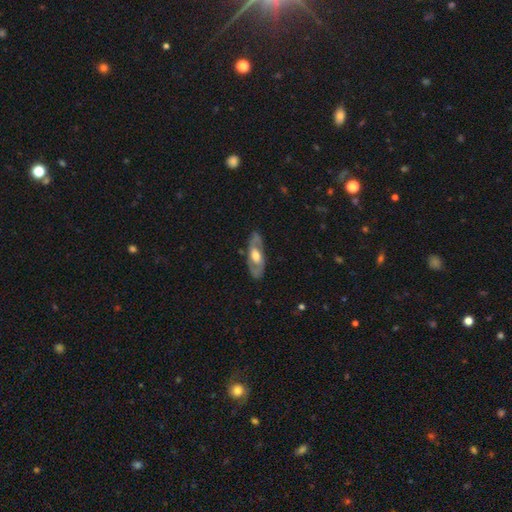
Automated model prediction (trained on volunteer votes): smooth_or_featured: featured or disk (p=0.66) [alt: smooth p=0.30]
disk_edge_on: no (p=0.81) [alt: yes p=0.19]
bar: no (p=0.60) [alt: weak p=0.29]
has_spiral_arms: no (p=0.51) [alt: yes p=0.49]
bulge_size: moderate (p=0.62) [alt: large p=0.27]
merging: none (p=0.81) [alt: minor disturbance p=0.13]